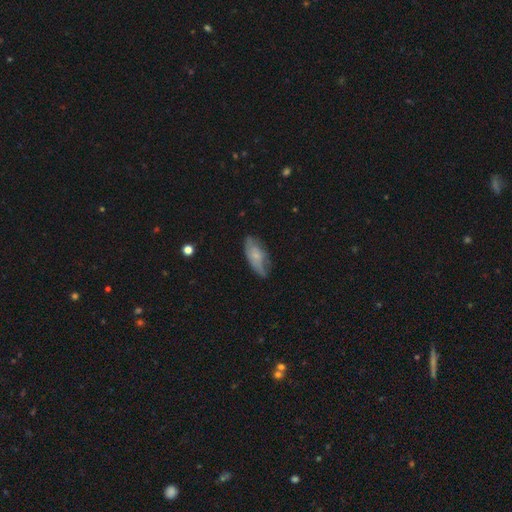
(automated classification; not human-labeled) Morphology: type=smooth (57%); roundness=in between (83%); merging=none (63%).